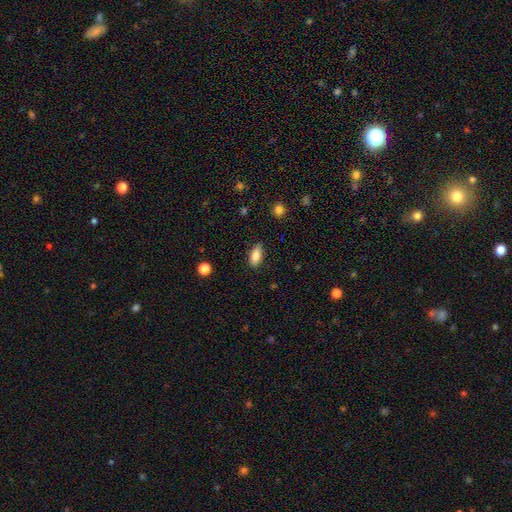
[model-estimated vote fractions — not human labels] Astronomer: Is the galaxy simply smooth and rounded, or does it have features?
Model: smooth — 82%.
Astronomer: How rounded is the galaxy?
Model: in between — 81%.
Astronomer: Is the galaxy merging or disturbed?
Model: none — 85%.